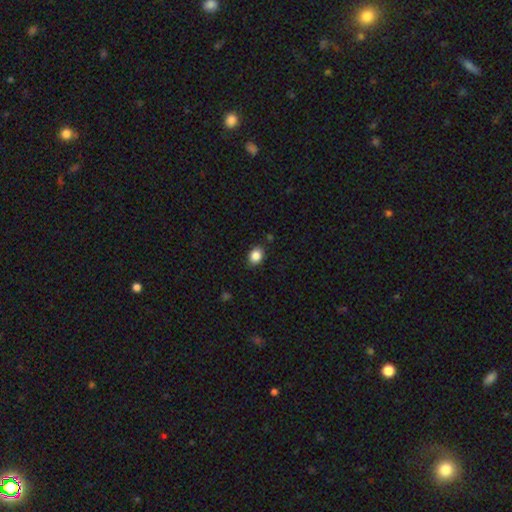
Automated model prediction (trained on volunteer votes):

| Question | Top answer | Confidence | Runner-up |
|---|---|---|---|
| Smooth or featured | smooth | 86% | star or artifact (9%) |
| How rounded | in between | 54% | round (45%) |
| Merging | none | 88% | minor disturbance (9%) |